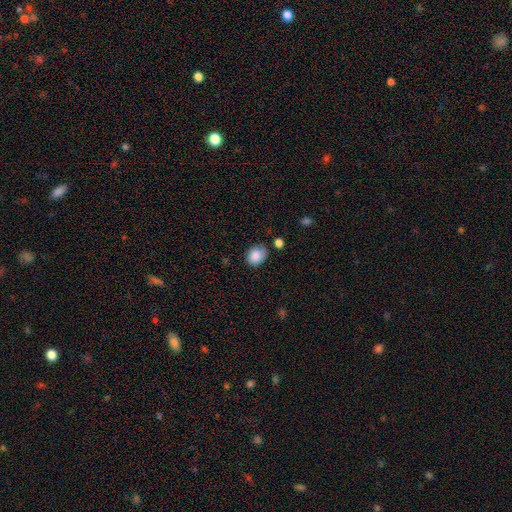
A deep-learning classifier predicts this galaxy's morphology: smooth 87%, star or artifact 8%, featured or disk 5%. Down the decision tree: how rounded — round (50%); merging — none (70%).